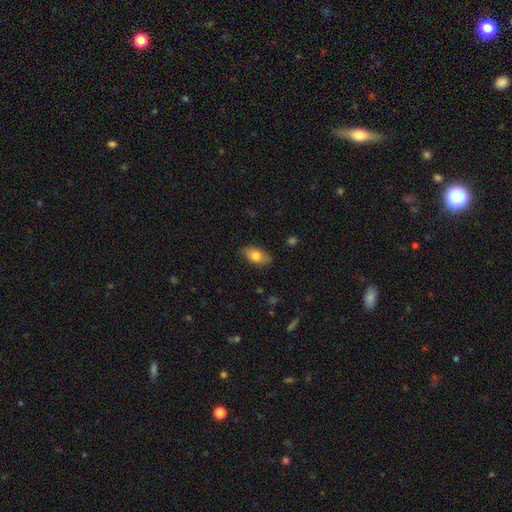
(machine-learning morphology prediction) Q: Smooth or featured?
A: smooth (74%); runner-up: featured or disk (19%)
Q: How rounded?
A: in between (88%); runner-up: cigar-shaped (7%)
Q: Merging?
A: none (84%); runner-up: minor disturbance (12%)